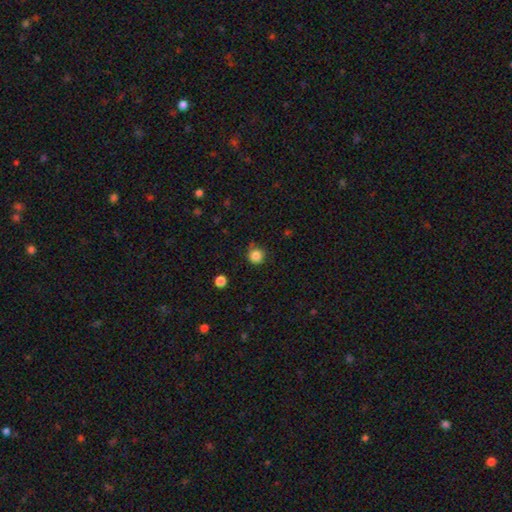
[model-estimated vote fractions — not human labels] Smooth or featured: smooth — 84% (star or artifact — 12%)
How rounded: round — 94% (in between — 5%)
Merging: none — 77% (minor disturbance — 16%)